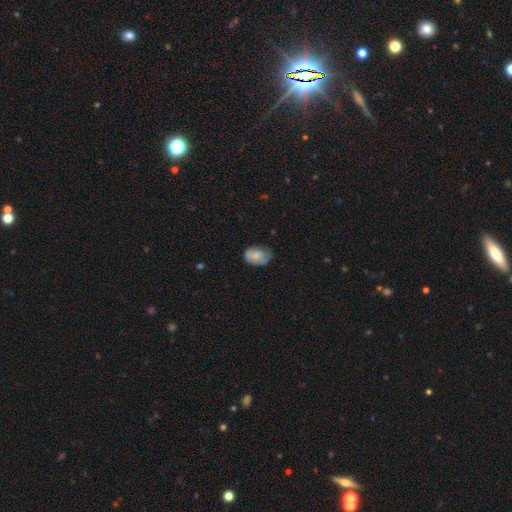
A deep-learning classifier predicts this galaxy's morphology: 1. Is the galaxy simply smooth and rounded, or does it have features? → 78% smooth, 15% featured or disk, 7% star or artifact.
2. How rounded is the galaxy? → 83% in between, 16% round, 1% cigar-shaped.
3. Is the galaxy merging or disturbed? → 58% none, 33% minor disturbance, 8% major disturbance, 1% merger.